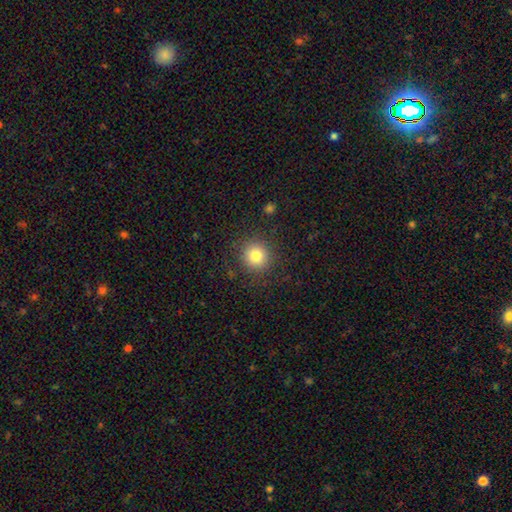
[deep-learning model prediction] smooth_or_featured: smooth (p=0.82) [alt: star or artifact p=0.12]
how_rounded: round (p=0.93) [alt: in between p=0.06]
merging: none (p=0.89) [alt: minor disturbance p=0.07]